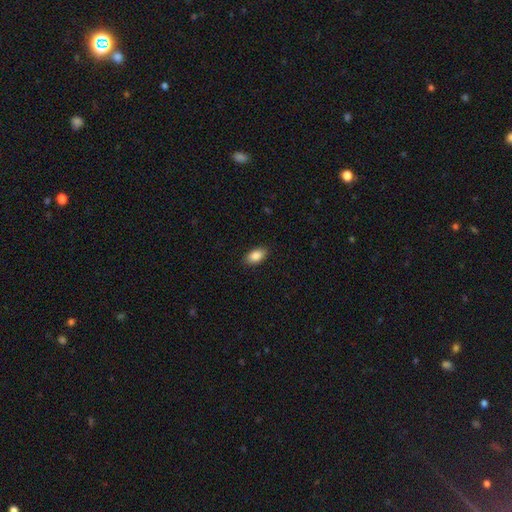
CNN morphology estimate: This appears to be a smooth galaxy with no disk features (87%) that is in between round and cigar-shaped (92%). Merging: none (88%).